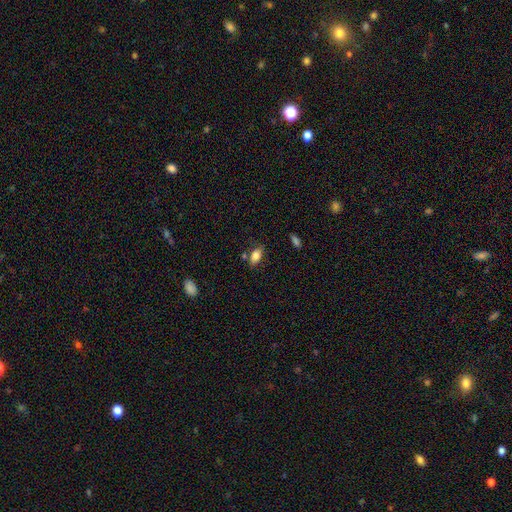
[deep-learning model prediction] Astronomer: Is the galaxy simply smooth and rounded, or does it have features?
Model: smooth — 81%.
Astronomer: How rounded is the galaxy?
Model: in between — 90%.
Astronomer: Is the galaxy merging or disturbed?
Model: none — 74%.